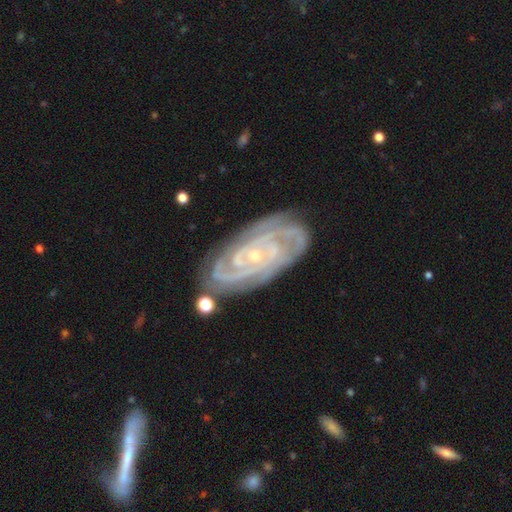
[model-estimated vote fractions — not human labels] Smooth or featured? featured or disk (90%)
Edge-on disk? no (95%)
Bar? no (69%)
Spiral arms? yes (98%)
Spiral winding? tight (79%)
Spiral arm count? 3 (27%)
Bulge size? small (81%)
Merging? none (78%)